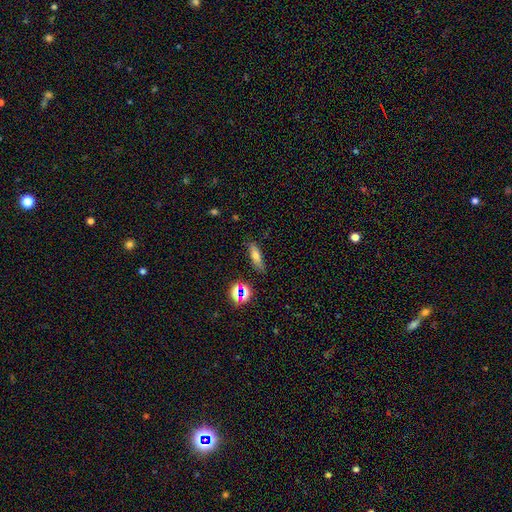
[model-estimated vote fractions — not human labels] A smooth galaxy with no disk features (66%) that is cigar-shaped (49%). Merging: none (81%).